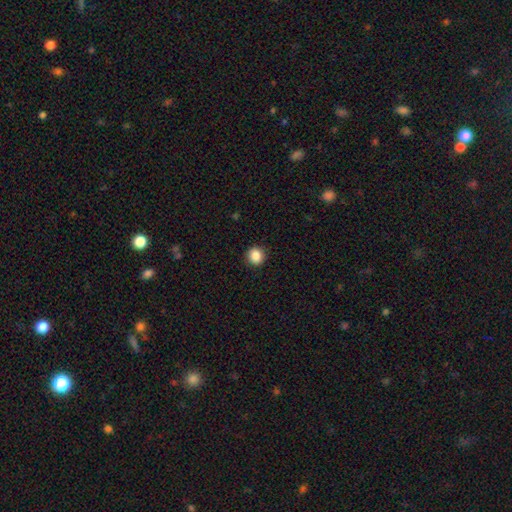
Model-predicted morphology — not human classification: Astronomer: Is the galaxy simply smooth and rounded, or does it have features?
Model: smooth — 87%.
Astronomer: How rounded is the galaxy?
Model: round — 89%.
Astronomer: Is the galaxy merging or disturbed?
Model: none — 90%.